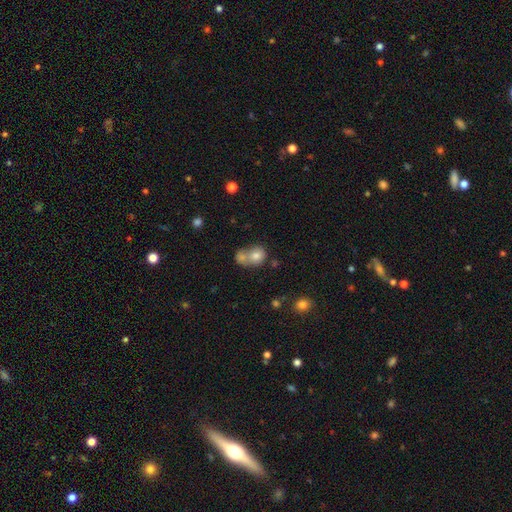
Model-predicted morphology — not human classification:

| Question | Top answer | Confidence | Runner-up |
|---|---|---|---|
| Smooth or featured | smooth | 76% | featured or disk (14%) |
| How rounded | round | 60% | in between (39%) |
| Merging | merger | 62% | none (26%) |